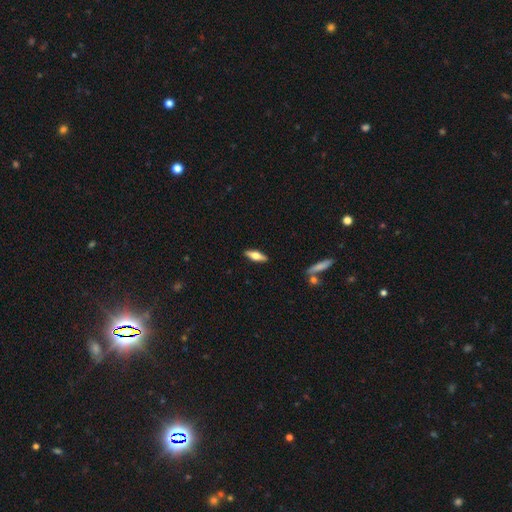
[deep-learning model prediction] Smooth or featured? Predicted: smooth (p=0.53). How rounded? Predicted: in between (p=0.54). Merging? Predicted: none (p=0.89).